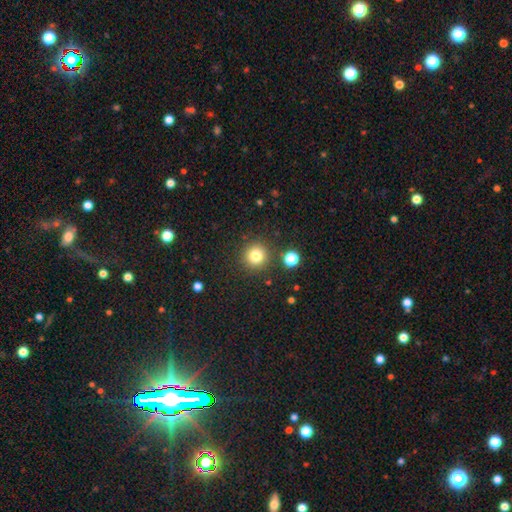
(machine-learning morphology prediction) The model was most divided on "smooth or featured": smooth: 79%, star or artifact: 14%, featured or disk: 7%. More confident: how rounded — round (94%); merging — none (88%).